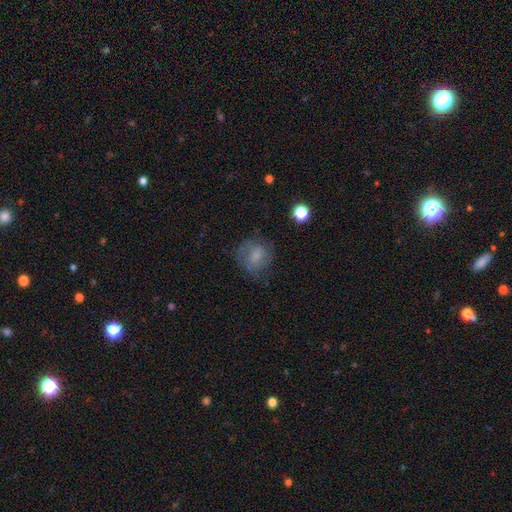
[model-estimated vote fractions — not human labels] smooth 62%, featured or disk 27%, star or artifact 11%. Down the decision tree: how rounded — round (72%); merging — none (62%).